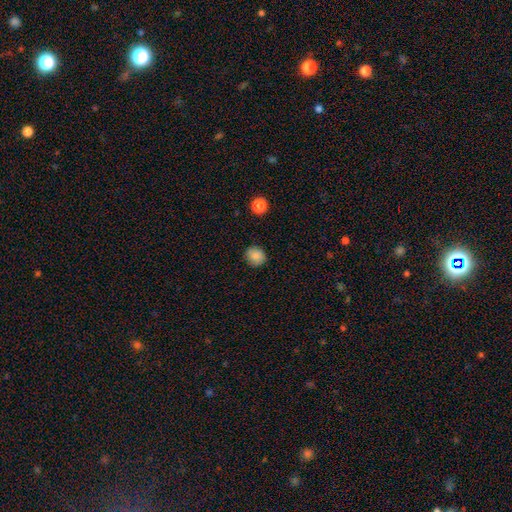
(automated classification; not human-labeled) A smooth galaxy with no disk features (84%) that is round (84%).

Vote fractions:
- Smooth or featured? smooth: 84% / star or artifact: 10% / featured or disk: 6%
- How rounded? round: 84% / in between: 15% / cigar-shaped: 1%
- Merging? none: 87% / minor disturbance: 10% / major disturbance: 2% / merger: 1%